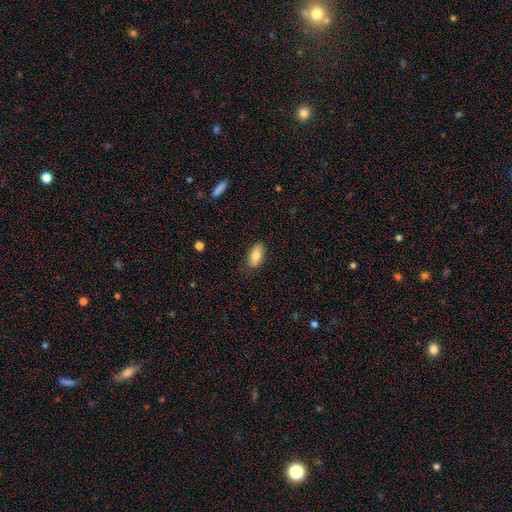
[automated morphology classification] type=smooth (80%); roundness=in between (90%); merging=none (83%).